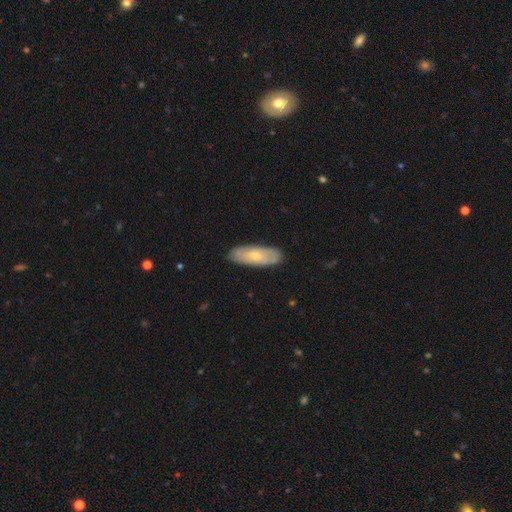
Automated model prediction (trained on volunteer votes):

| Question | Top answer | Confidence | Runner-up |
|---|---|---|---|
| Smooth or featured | smooth | 59% | featured or disk (35%) |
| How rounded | in between | 69% | cigar-shaped (29%) |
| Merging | none | 85% | minor disturbance (12%) |